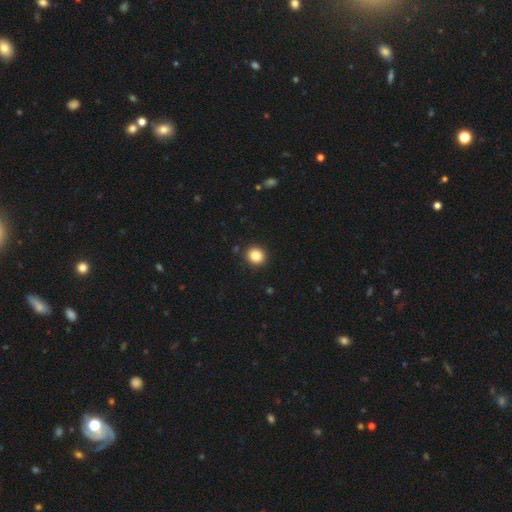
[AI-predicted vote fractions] smooth_or_featured: smooth (p=0.85) [alt: star or artifact p=0.10]
how_rounded: round (p=0.80) [alt: in between p=0.19]
merging: none (p=0.91) [alt: minor disturbance p=0.06]